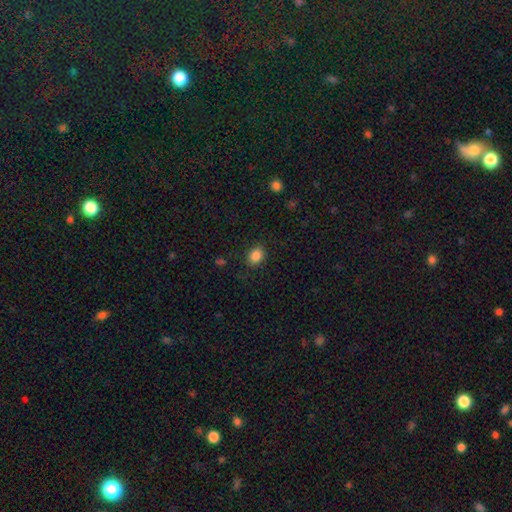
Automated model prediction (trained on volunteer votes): smooth-or-featured: smooth: 85% | star or artifact: 10% | featured or disk: 5%
  how-rounded: in between: 57% | round: 42% | cigar-shaped: 1%
  merging: none: 85% | minor disturbance: 11% | major disturbance: 3% | merger: 1%